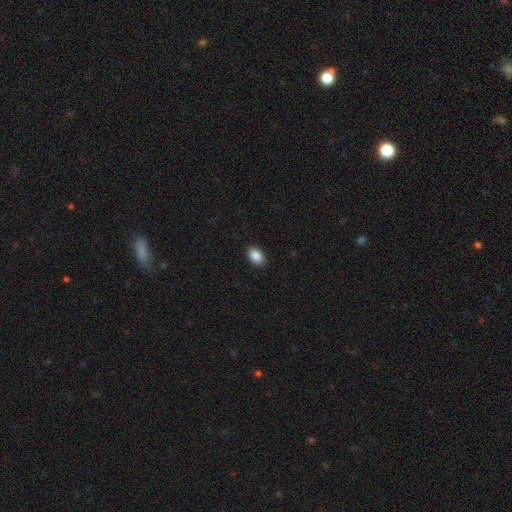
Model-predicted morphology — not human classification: Smooth or featured? smooth (89%)
How rounded? in between (88%)
Merging? none (89%)